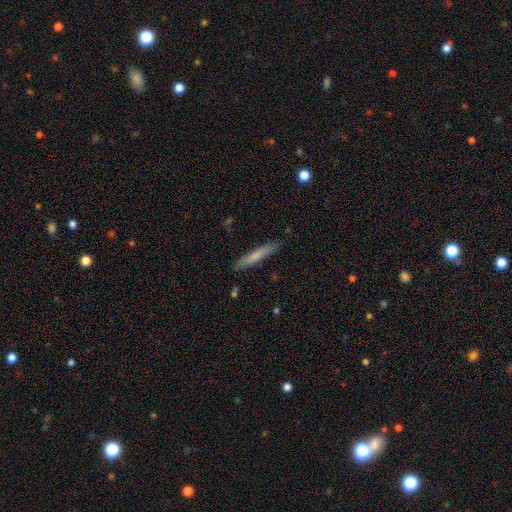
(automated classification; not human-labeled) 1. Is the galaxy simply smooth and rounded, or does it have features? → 68% smooth, 26% featured or disk, 6% star or artifact.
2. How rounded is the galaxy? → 94% cigar-shaped, 5% in between, 1% round.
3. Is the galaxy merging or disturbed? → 88% none, 9% minor disturbance, 2% major disturbance, 1% merger.